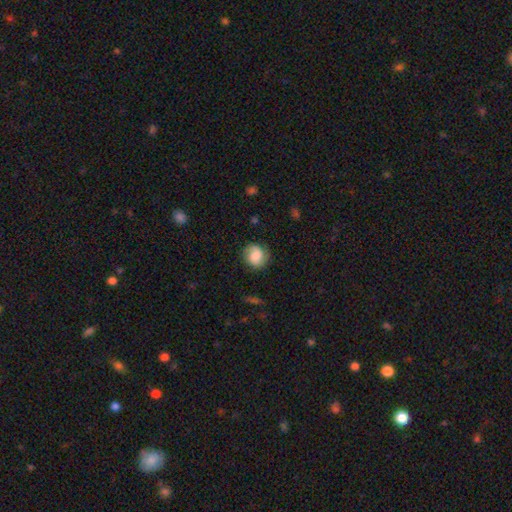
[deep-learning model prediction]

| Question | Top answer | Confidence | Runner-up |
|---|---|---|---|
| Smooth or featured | smooth | 66% | featured or disk (25%) |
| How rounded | round | 79% | in between (20%) |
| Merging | none | 76% | minor disturbance (17%) |